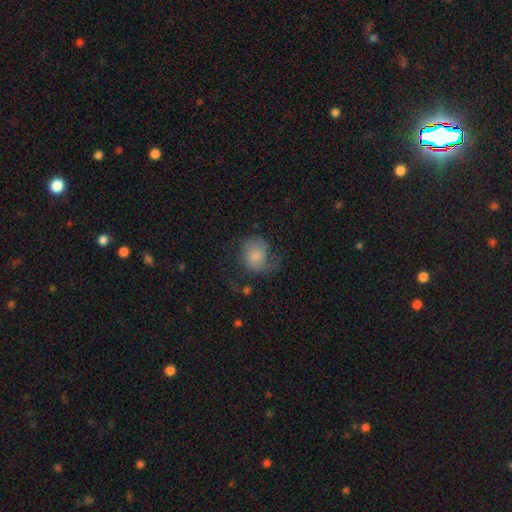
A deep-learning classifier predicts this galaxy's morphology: A featured or disk galaxy (46%).

Vote fractions:
- Smooth or featured? featured or disk: 46% / smooth: 45% / star or artifact: 9%
- Merging? none: 44% / major disturbance: 31% / minor disturbance: 23% / merger: 2%